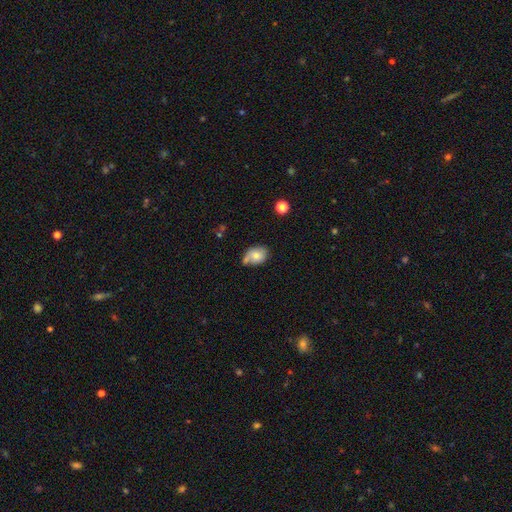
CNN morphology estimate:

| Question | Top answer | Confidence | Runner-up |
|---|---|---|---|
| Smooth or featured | smooth | 71% | featured or disk (20%) |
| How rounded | in between | 69% | round (30%) |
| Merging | none | 49% | minor disturbance (30%) |